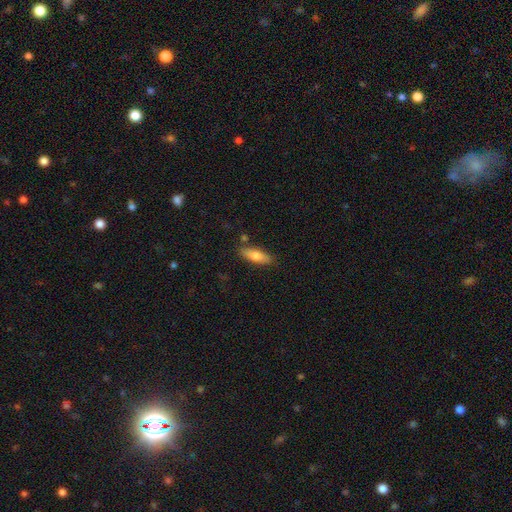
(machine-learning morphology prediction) A smooth galaxy with no disk features (74%) that is in between round and cigar-shaped (58%). Merging: none (81%).